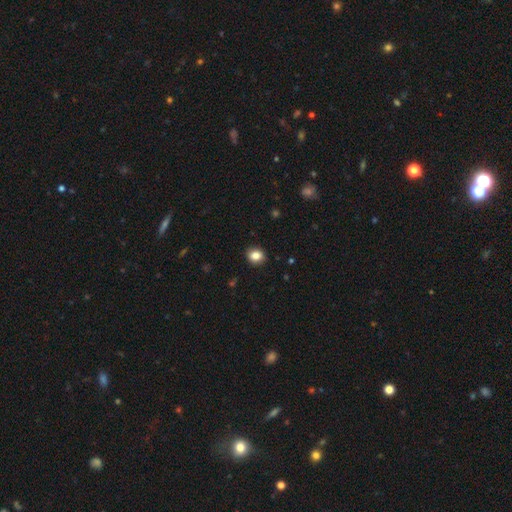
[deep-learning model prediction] Smooth or featured?
  - smooth: 84% *
  - star or artifact: 10%
  - featured or disk: 6%
How rounded?
  - round: 66% *
  - in between: 33%
  - cigar-shaped: 1%
Merging?
  - none: 89% *
  - minor disturbance: 8%
  - major disturbance: 2%
  - merger: 1%